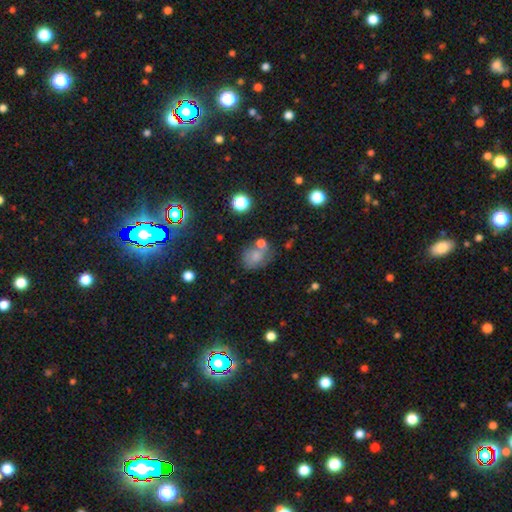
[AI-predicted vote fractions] smooth-or-featured: smooth: 66% | featured or disk: 19% | star or artifact: 15%
  how-rounded: round: 52% | in between: 47% | cigar-shaped: 1%
  merging: none: 43% | merger: 25% | minor disturbance: 21% | major disturbance: 11%